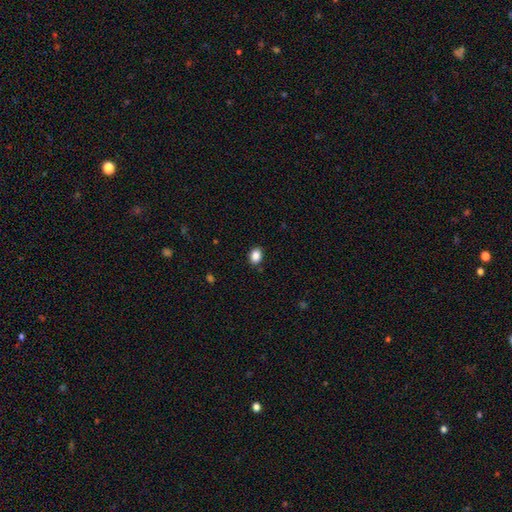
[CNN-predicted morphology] A smooth galaxy with no disk features (87%) that is in between round and cigar-shaped (67%). Merging: none (87%).